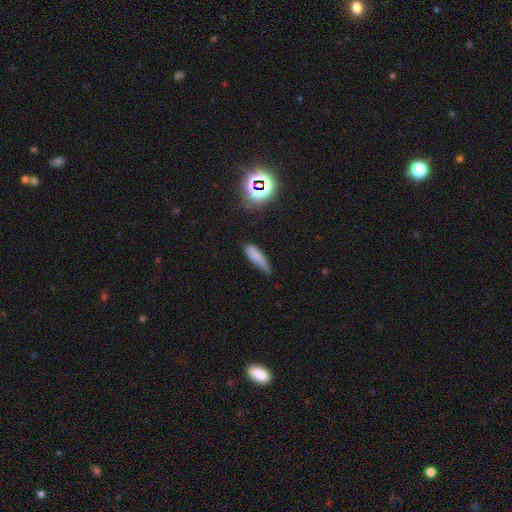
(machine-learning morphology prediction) smooth-or-featured: smooth: 75% | star or artifact: 13% | featured or disk: 12%
  how-rounded: cigar-shaped: 62% | in between: 35% | round: 3%
  merging: none: 46% | minor disturbance: 39% | major disturbance: 12% | merger: 4%